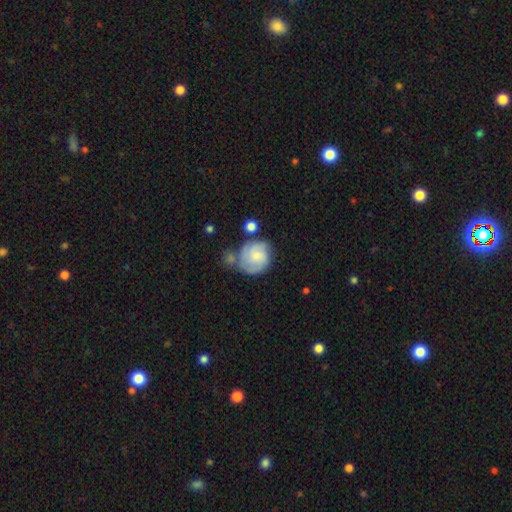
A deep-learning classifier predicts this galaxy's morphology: A featured or disk galaxy (51%).

Vote fractions:
- Smooth or featured? featured or disk: 51% / smooth: 42% / star or artifact: 7%
- Edge-on disk? no: 98% / yes: 2%
- Merging? none: 49% / minor disturbance: 23% / merger: 18% / major disturbance: 10%